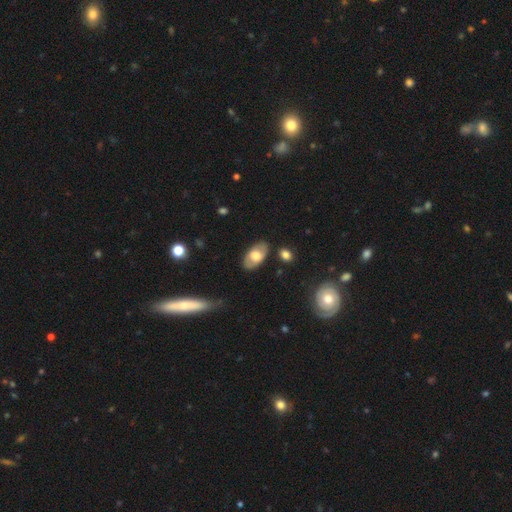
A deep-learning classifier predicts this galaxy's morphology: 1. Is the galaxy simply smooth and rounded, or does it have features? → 60% smooth, 34% featured or disk, 6% star or artifact.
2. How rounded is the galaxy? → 93% in between, 4% round, 2% cigar-shaped.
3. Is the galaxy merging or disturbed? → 81% none, 14% minor disturbance, 3% major disturbance, 2% merger.